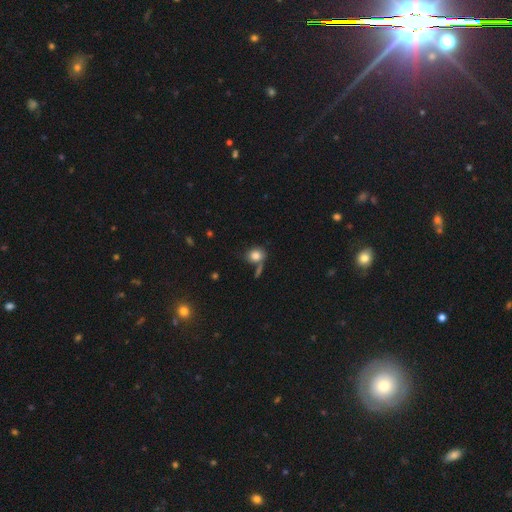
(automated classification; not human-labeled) smooth-or-featured: smooth: 82% | star or artifact: 10% | featured or disk: 8%
  how-rounded: round: 64% | in between: 35% | cigar-shaped: 1%
  merging: none: 58% | merger: 18% | minor disturbance: 16% | major disturbance: 7%